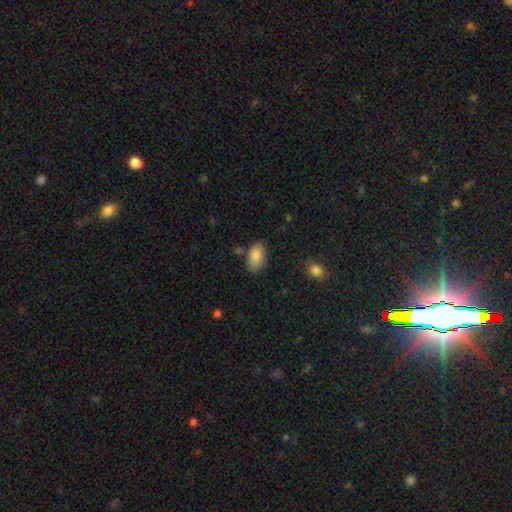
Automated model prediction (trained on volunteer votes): A smooth galaxy with no disk features (87%) that is in between round and cigar-shaped (91%).

Vote fractions:
- Smooth or featured? smooth: 87% / star or artifact: 7% / featured or disk: 7%
- How rounded? in between: 91% / round: 8% / cigar-shaped: 1%
- Merging? none: 70% / minor disturbance: 21% / merger: 5% / major disturbance: 5%